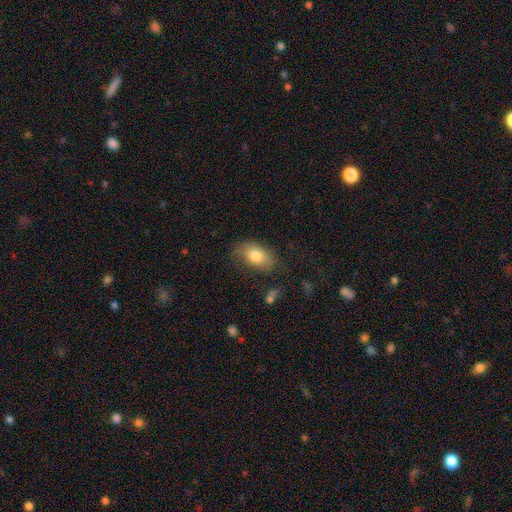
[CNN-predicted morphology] smooth_or_featured: smooth (p=0.78) [alt: featured or disk p=0.14]
how_rounded: in between (p=0.90) [alt: round p=0.08]
merging: none (p=0.65) [alt: minor disturbance p=0.24]